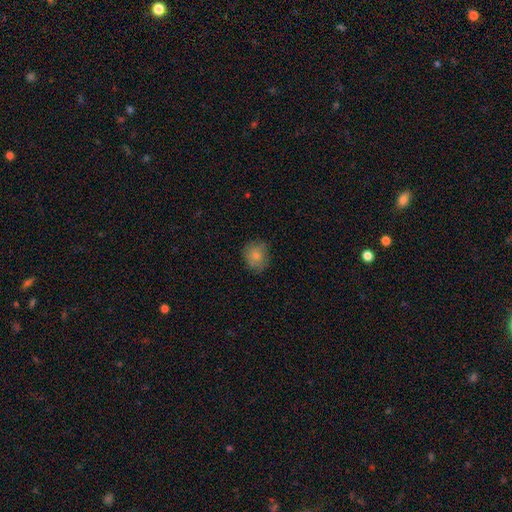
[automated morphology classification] Q: Smooth or featured?
A: smooth (81%); runner-up: featured or disk (10%)
Q: How rounded?
A: round (73%); runner-up: in between (26%)
Q: Merging?
A: none (78%); runner-up: minor disturbance (17%)